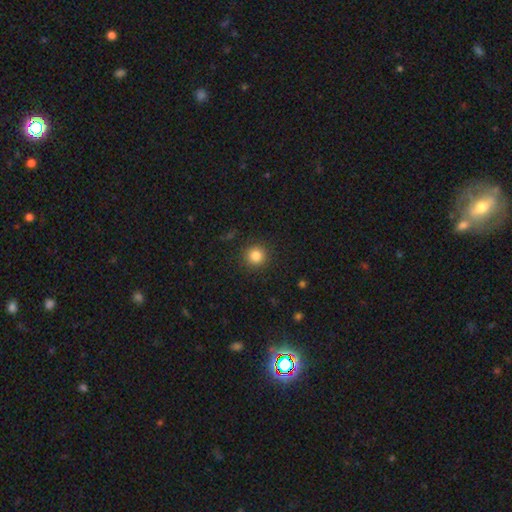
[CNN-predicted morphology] smooth 84%, star or artifact 11%, featured or disk 4%. Down the decision tree: how rounded — round (94%); merging — none (90%).